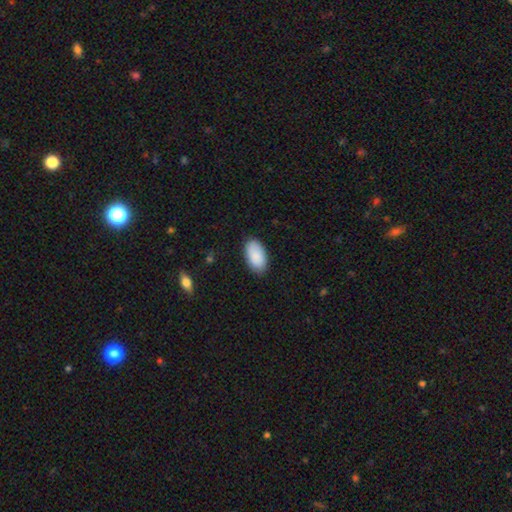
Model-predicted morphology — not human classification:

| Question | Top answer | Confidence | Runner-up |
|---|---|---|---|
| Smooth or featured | smooth | 90% | star or artifact (6%) |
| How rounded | in between | 96% | round (2%) |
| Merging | none | 85% | minor disturbance (11%) |